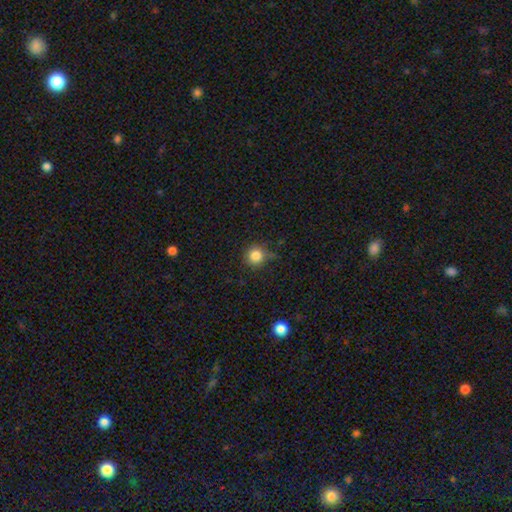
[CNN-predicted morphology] Q: Smooth or featured?
A: smooth (84%); runner-up: star or artifact (11%)
Q: How rounded?
A: round (93%); runner-up: in between (6%)
Q: Merging?
A: none (77%); runner-up: minor disturbance (17%)